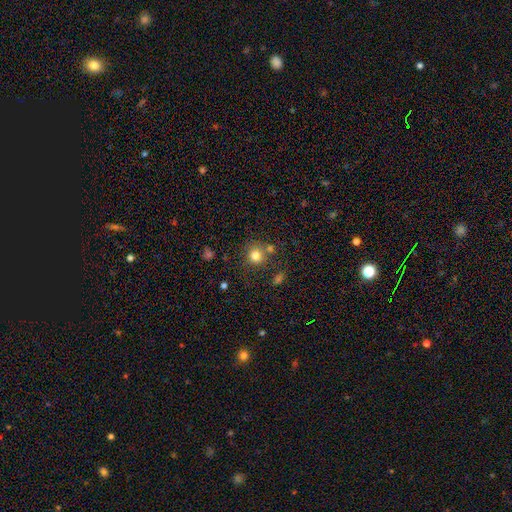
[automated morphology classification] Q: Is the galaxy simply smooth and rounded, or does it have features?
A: smooth — 81%.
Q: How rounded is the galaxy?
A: round — 90%.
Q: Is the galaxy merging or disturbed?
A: none — 72%.